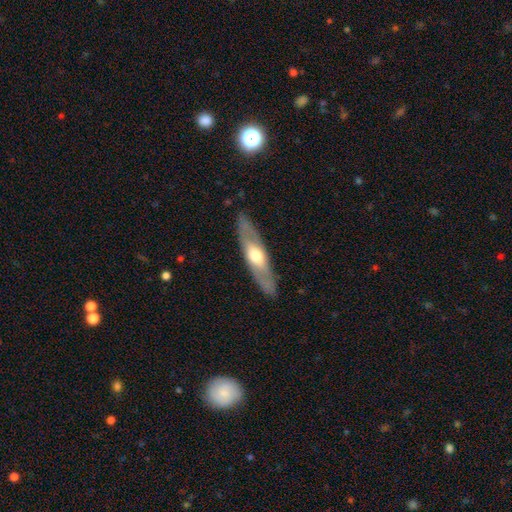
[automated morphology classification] The model was most divided on "edge-on disk": yes: 59%, no: 41%. More confident: merging — none (87%); smooth or featured — featured or disk (58%).